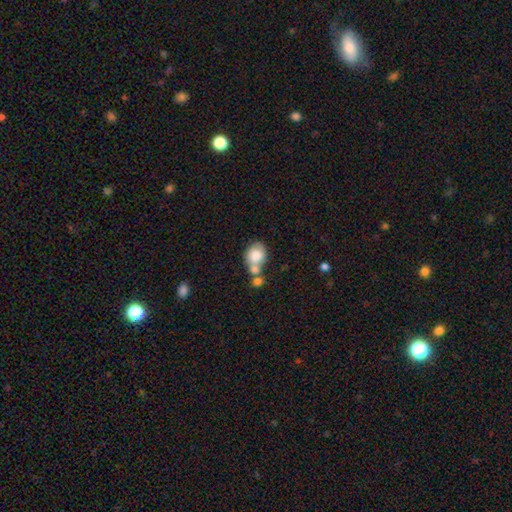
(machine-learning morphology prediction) A smooth galaxy with no disk features (76%) that is in between round and cigar-shaped (56%).

Vote fractions:
- Smooth or featured? smooth: 76% / featured or disk: 16% / star or artifact: 8%
- How rounded? in between: 56% / round: 43% / cigar-shaped: 1%
- Merging? merger: 47% / none: 31% / minor disturbance: 15% / major disturbance: 7%